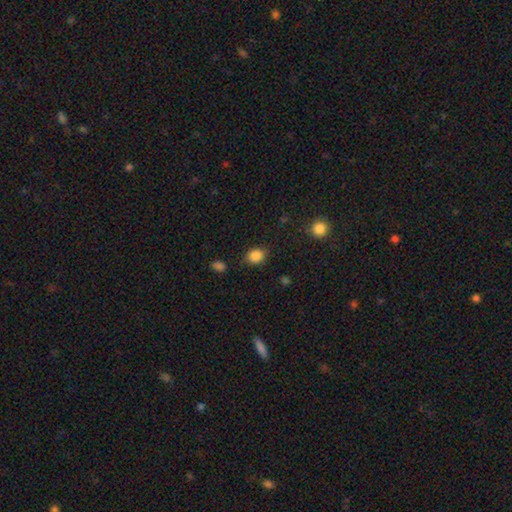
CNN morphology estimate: Smooth or featured?
  - smooth: 85% *
  - star or artifact: 10%
  - featured or disk: 4%
How rounded?
  - round: 63% *
  - in between: 35%
  - cigar-shaped: 1%
Merging?
  - none: 75% *
  - minor disturbance: 18%
  - major disturbance: 4%
  - merger: 2%